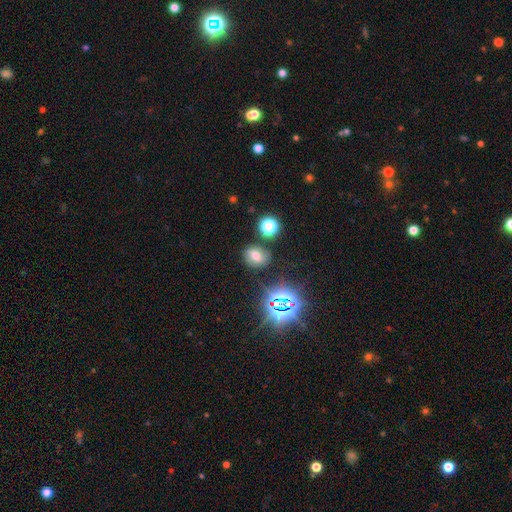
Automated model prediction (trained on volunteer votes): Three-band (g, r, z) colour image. It shows a smooth galaxy with no disk features (46%). Merging: none (77%).